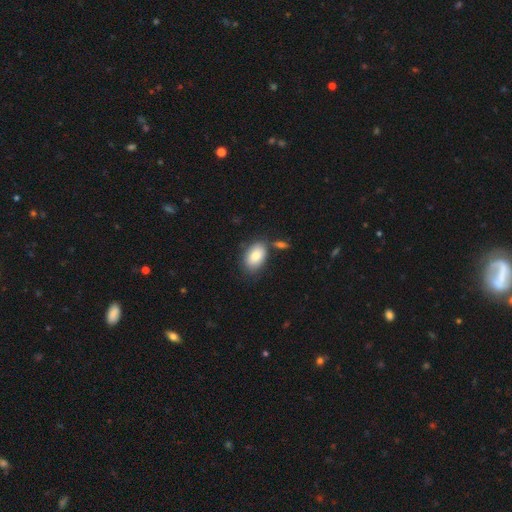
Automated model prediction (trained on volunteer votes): A smooth galaxy with no disk features (83%) that is in between round and cigar-shaped (90%).

Vote fractions:
- Smooth or featured? smooth: 83% / featured or disk: 10% / star or artifact: 7%
- How rounded? in between: 90% / round: 9% / cigar-shaped: 1%
- Merging? none: 70% / minor disturbance: 16% / merger: 10% / major disturbance: 4%